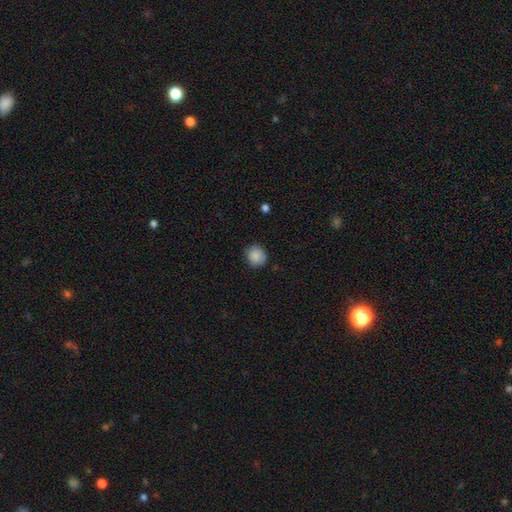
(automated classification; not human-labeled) Smooth or featured: smooth — 87% (star or artifact — 9%)
How rounded: round — 89% (in between — 10%)
Merging: none — 84% (minor disturbance — 13%)